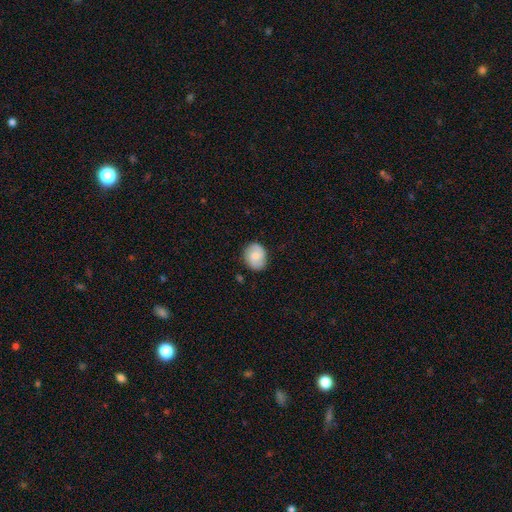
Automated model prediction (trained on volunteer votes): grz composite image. It shows a smooth galaxy with no disk features (69%) that is round (61%). Merging: none (82%).